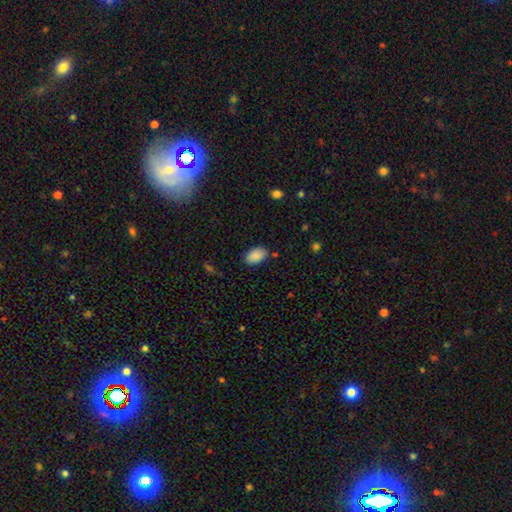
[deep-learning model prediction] Smooth or featured?
  - smooth: 89% *
  - star or artifact: 7%
  - featured or disk: 3%
How rounded?
  - in between: 90% *
  - round: 9%
  - cigar-shaped: 1%
Merging?
  - none: 83% *
  - minor disturbance: 12%
  - major disturbance: 3%
  - merger: 2%